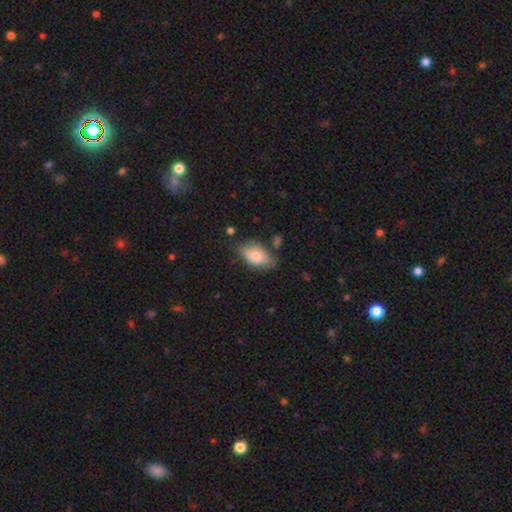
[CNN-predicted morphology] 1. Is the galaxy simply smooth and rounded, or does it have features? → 76% smooth, 17% featured or disk, 7% star or artifact.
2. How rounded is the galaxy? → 91% in between, 5% round, 4% cigar-shaped.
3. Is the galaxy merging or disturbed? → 62% none, 27% minor disturbance, 7% major disturbance, 5% merger.